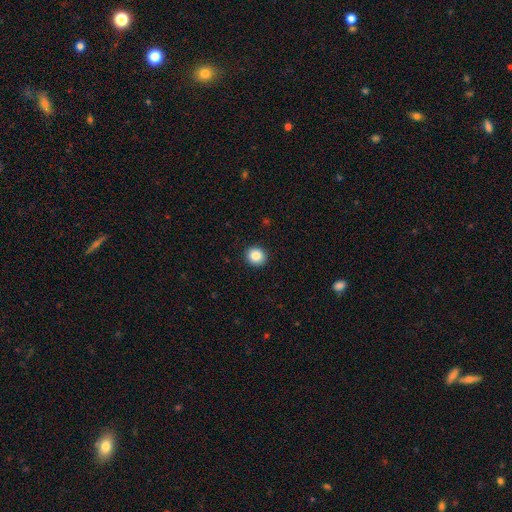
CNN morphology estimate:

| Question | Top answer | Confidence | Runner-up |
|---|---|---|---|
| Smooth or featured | smooth | 87% | star or artifact (9%) |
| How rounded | round | 86% | in between (13%) |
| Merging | none | 92% | minor disturbance (6%) |